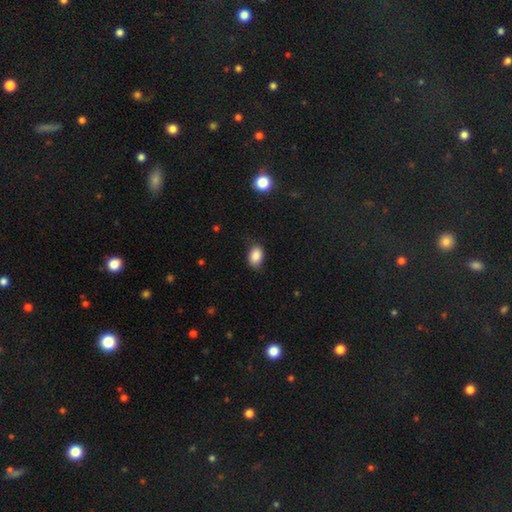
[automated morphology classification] Smooth or featured: smooth — 86% (star or artifact — 8%)
How rounded: in between — 81% (round — 18%)
Merging: none — 76% (minor disturbance — 19%)